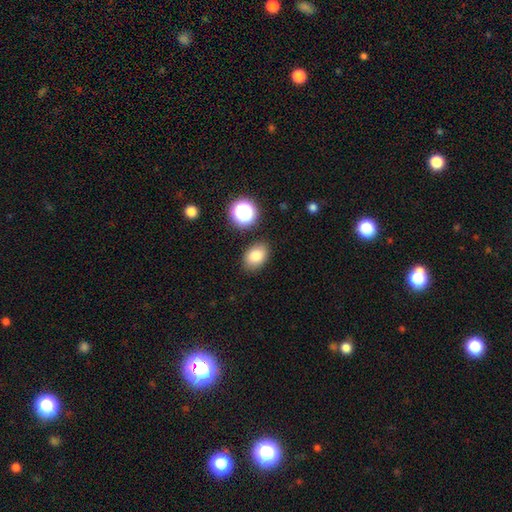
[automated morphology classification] type=smooth (81%); roundness=in between (76%); merging=none (82%).